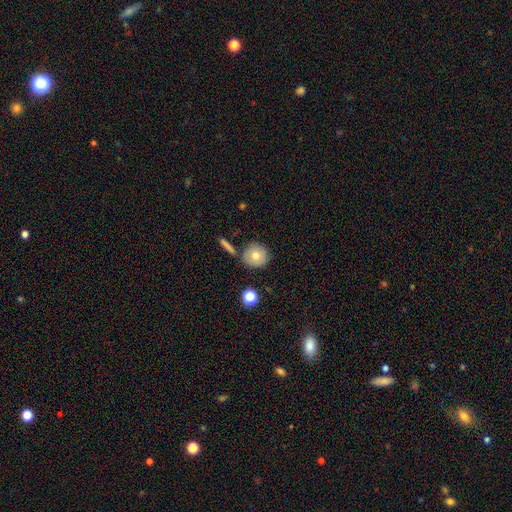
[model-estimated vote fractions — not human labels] A smooth galaxy with no disk features (75%) that is round (91%).

Vote fractions:
- Smooth or featured? smooth: 75% / featured or disk: 16% / star or artifact: 9%
- How rounded? round: 91% / in between: 7% / cigar-shaped: 1%
- Merging? none: 79% / minor disturbance: 10% / merger: 8% / major disturbance: 3%